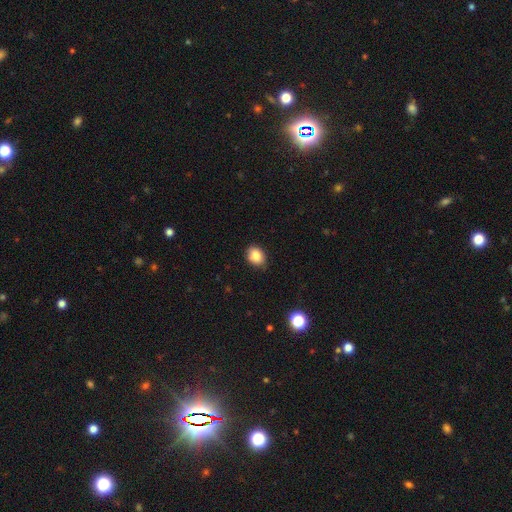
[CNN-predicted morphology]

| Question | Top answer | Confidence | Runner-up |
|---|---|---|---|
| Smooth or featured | smooth | 85% | star or artifact (9%) |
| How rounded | in between | 60% | round (39%) |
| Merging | none | 80% | minor disturbance (16%) |